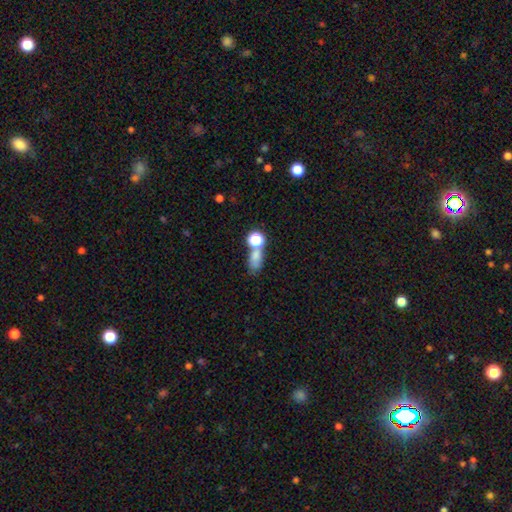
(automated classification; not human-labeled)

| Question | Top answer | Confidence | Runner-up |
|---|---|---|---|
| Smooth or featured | smooth | 68% | star or artifact (20%) |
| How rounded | in between | 65% | round (30%) |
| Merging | none | 39% | merger (38%) |